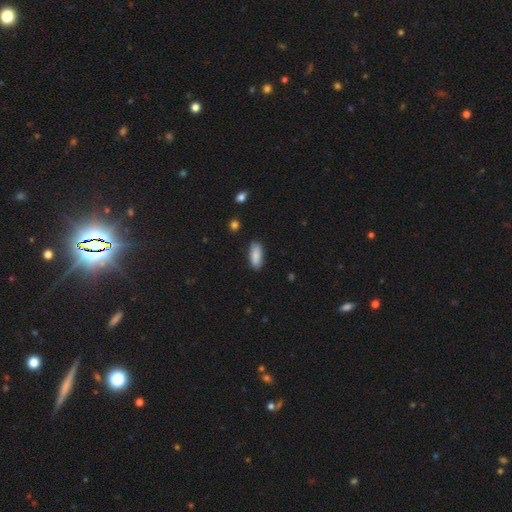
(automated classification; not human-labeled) smooth_or_featured: smooth (p=0.87) [alt: featured or disk p=0.07]
how_rounded: in between (p=0.82) [alt: cigar-shaped p=0.16]
merging: none (p=0.84) [alt: minor disturbance p=0.12]